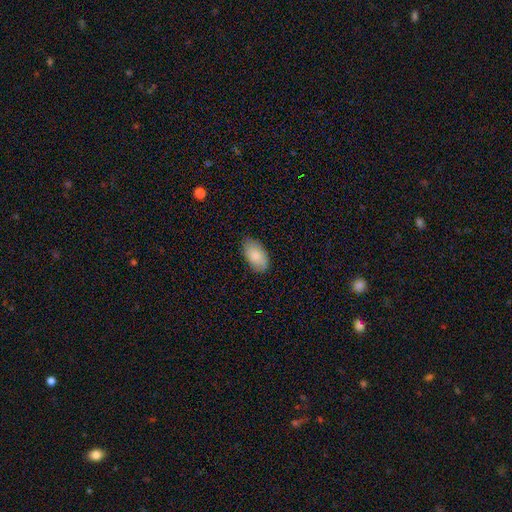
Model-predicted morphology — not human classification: Overall: smooth (85%). How rounded: in between (95%). Merging: none (82%).